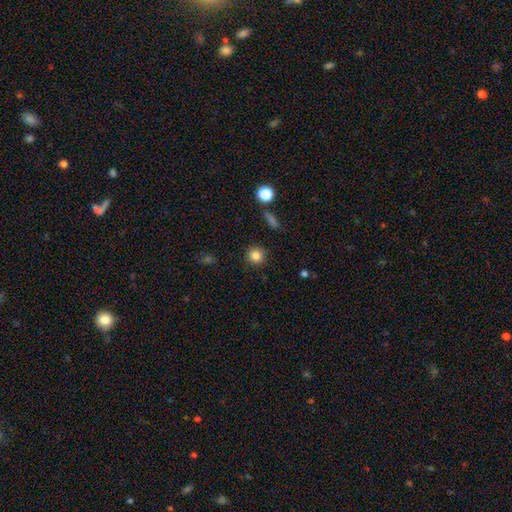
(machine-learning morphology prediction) Q: Smooth or featured?
A: smooth (84%); runner-up: star or artifact (11%)
Q: How rounded?
A: round (93%); runner-up: in between (6%)
Q: Merging?
A: none (91%); runner-up: minor disturbance (6%)